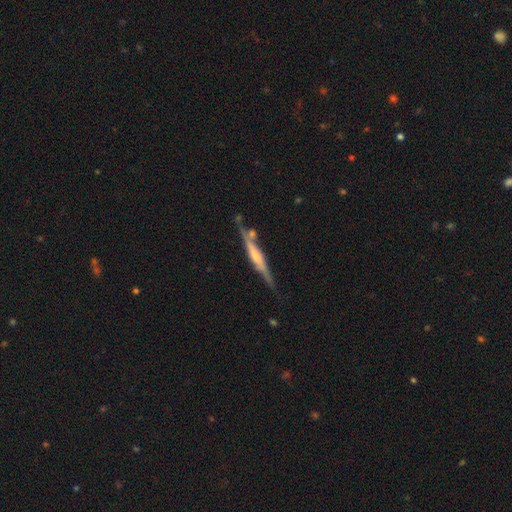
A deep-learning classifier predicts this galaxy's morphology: Smooth or featured: featured or disk — 68% (smooth — 27%)
Edge-on disk: yes — 93% (no — 7%)
Edge-on bulge: rounded — 42% (boxy — 33%)
Merging: none — 64% (minor disturbance — 19%)